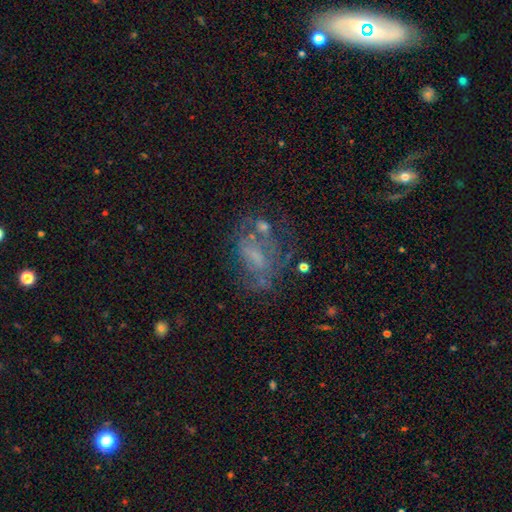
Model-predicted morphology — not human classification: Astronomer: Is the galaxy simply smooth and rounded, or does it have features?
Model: featured or disk — 54%.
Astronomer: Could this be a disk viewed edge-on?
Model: no — 95%.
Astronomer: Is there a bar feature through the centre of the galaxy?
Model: no — 55% (runner-up: weak, 34%).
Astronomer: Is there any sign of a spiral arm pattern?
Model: no — 57% (runner-up: yes, 43%).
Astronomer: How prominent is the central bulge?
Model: none — 43% (runner-up: small, 30%).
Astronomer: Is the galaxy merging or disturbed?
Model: none — 43% (runner-up: major disturbance, 27%).